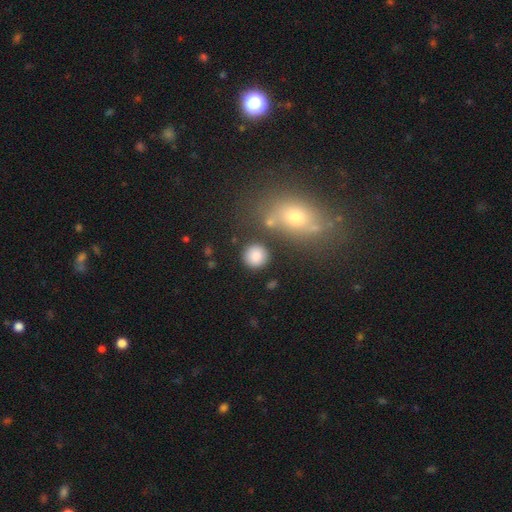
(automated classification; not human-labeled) Overall: smooth (85%). How rounded: round (89%). Merging: none (81%).